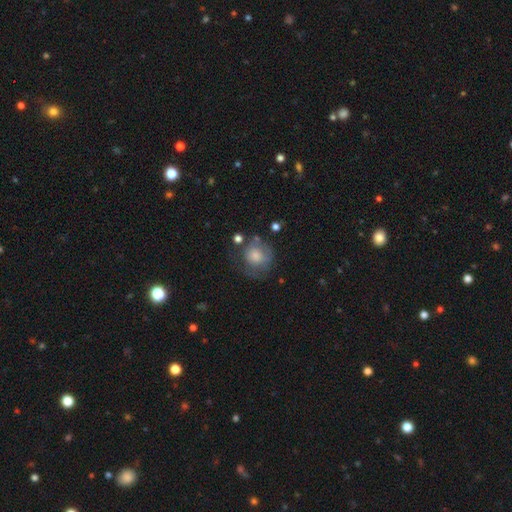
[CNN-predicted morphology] Overall: smooth (64%; featured or disk 27%). How rounded: round (81%). Merging: none (49%; minor disturbance 25%).